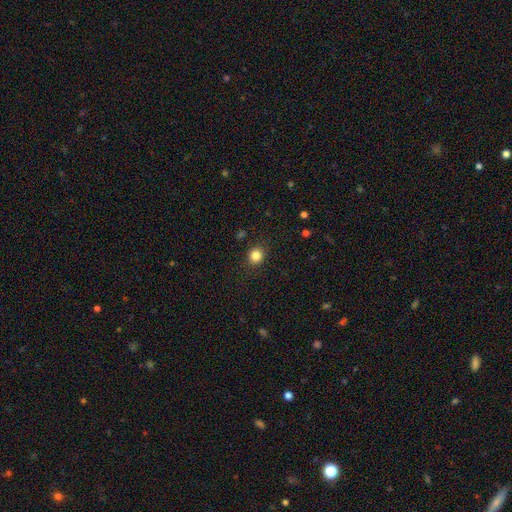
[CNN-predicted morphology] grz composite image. It shows a smooth galaxy with no disk features (83%) that is round (83%). Merging: none (89%).